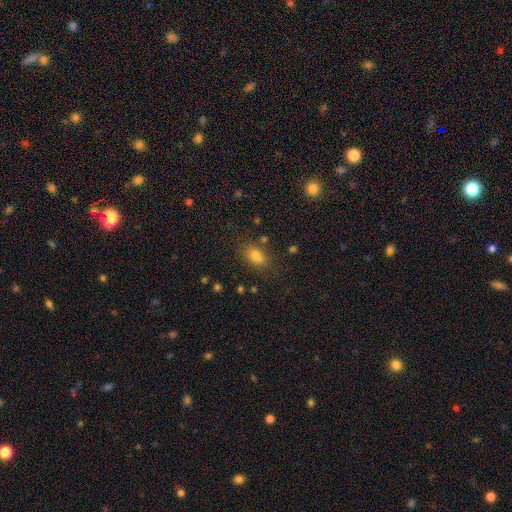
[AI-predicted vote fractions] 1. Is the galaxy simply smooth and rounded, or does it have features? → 76% smooth, 14% star or artifact, 10% featured or disk.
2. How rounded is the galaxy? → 80% in between, 16% round, 4% cigar-shaped.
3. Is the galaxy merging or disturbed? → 73% none, 15% minor disturbance, 7% merger, 5% major disturbance.